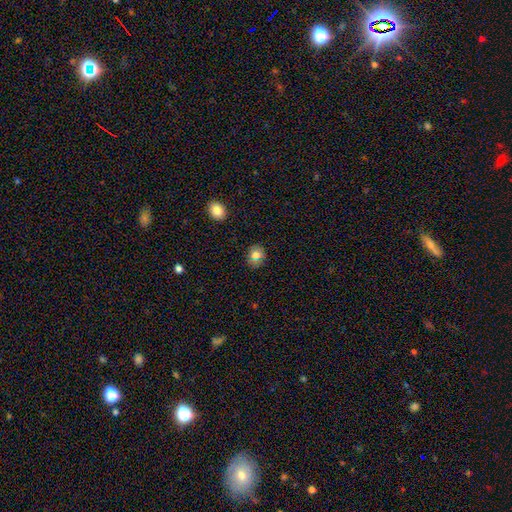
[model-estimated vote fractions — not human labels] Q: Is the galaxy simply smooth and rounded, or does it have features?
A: smooth — 80%.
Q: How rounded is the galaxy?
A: round — 65%.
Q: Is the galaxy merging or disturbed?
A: none — 86%.